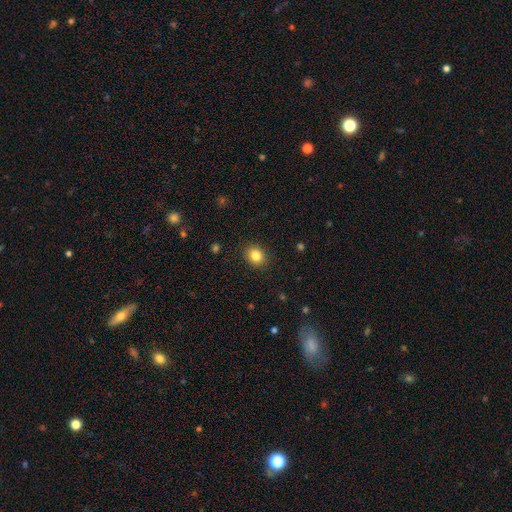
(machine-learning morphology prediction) Smooth or featured: smooth — 84% (star or artifact — 11%)
How rounded: round — 67% (in between — 33%)
Merging: none — 90% (minor disturbance — 7%)